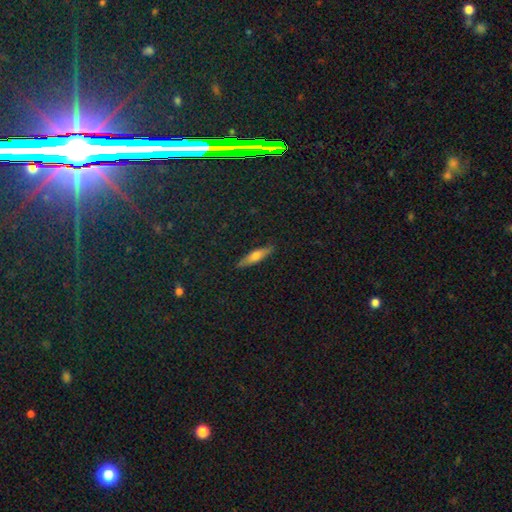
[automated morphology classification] smooth_or_featured: smooth (p=0.58) [alt: featured or disk p=0.34]
how_rounded: cigar-shaped (p=0.73) [alt: in between p=0.24]
merging: none (p=0.89) [alt: minor disturbance p=0.08]